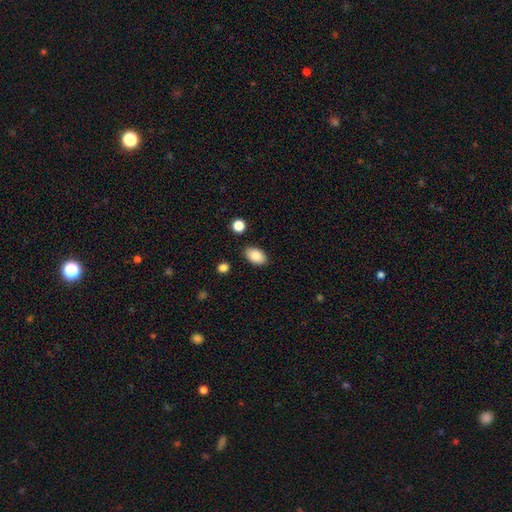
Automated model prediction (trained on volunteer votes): A smooth galaxy with no disk features (88%) that is in between round and cigar-shaped (91%).

Vote fractions:
- Smooth or featured? smooth: 88% / star or artifact: 7% / featured or disk: 5%
- How rounded? in between: 91% / round: 8% / cigar-shaped: 1%
- Merging? none: 85% / minor disturbance: 10% / major disturbance: 3% / merger: 2%